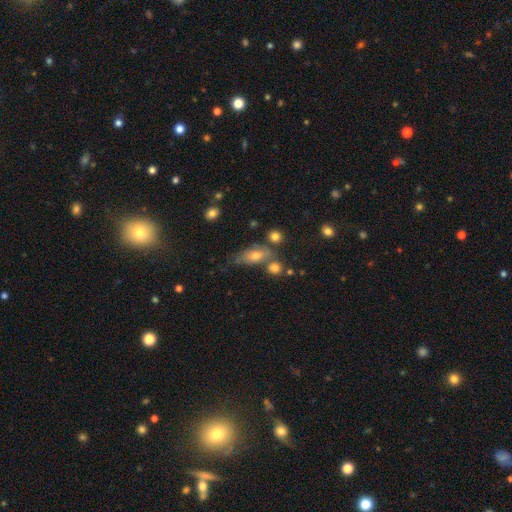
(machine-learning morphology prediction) Smooth or featured? Predicted: smooth (p=0.65). How rounded? Predicted: in between (p=0.75). Merging? Predicted: none (p=0.49).